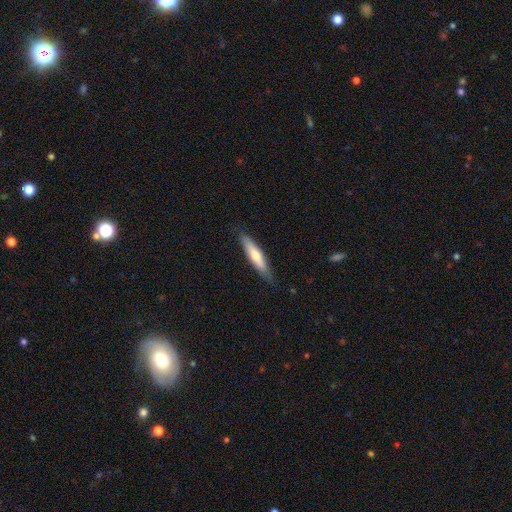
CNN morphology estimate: Smooth or featured: smooth — 61% (featured or disk — 33%)
How rounded: cigar-shaped — 81% (in between — 17%)
Merging: none — 83% (minor disturbance — 14%)